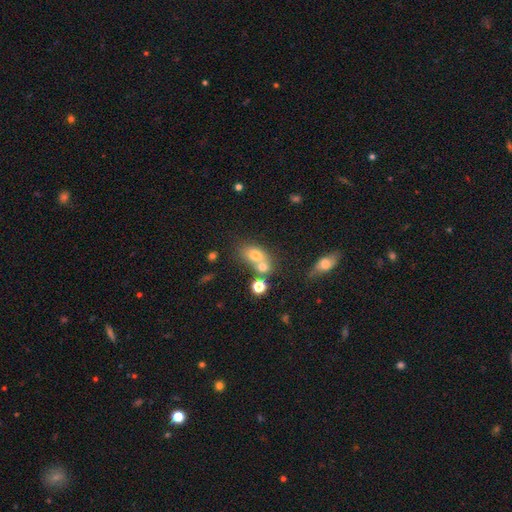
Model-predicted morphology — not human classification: smooth-or-featured: smooth: 68% | featured or disk: 18% | star or artifact: 14%
  how-rounded: in between: 58% | round: 40% | cigar-shaped: 2%
  merging: merger: 53% | none: 33% | minor disturbance: 9% | major disturbance: 5%